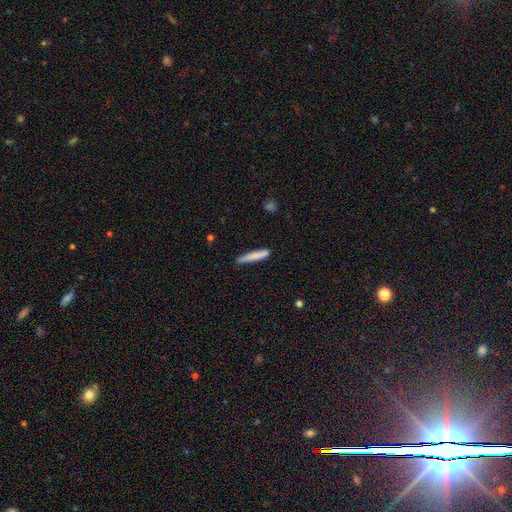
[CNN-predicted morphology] smooth 81%, featured or disk 13%, star or artifact 6%. Down the decision tree: how rounded — cigar-shaped (93%); merging — none (82%).